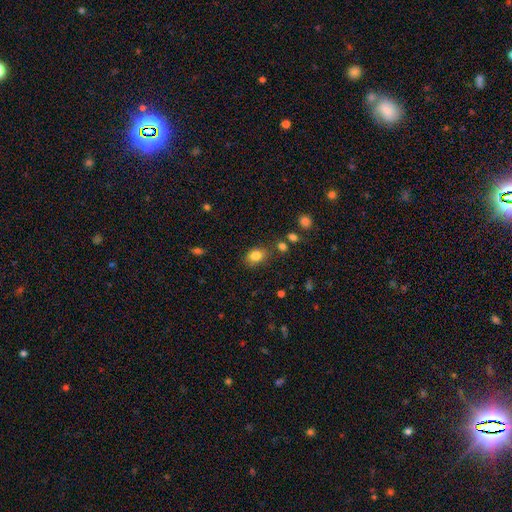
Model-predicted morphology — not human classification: This appears to be a smooth galaxy with no disk features (83%) that is in between round and cigar-shaped (72%). Merging: none (78%).